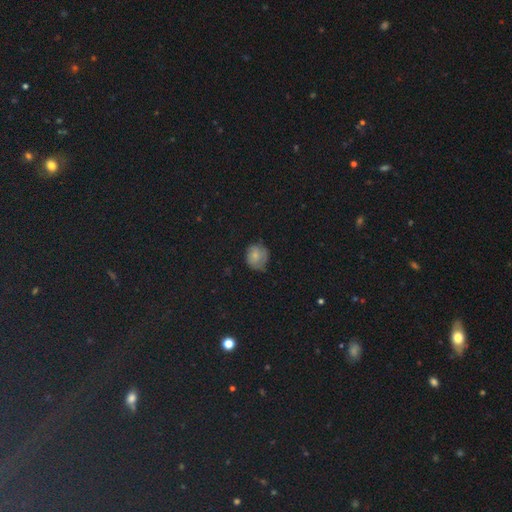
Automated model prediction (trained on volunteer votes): A smooth galaxy with no disk features (73%) that is round (79%).

Vote fractions:
- Smooth or featured? smooth: 73% / star or artifact: 14% / featured or disk: 12%
- How rounded? round: 79% / in between: 20% / cigar-shaped: 1%
- Merging? none: 63% / minor disturbance: 28% / major disturbance: 7% / merger: 2%